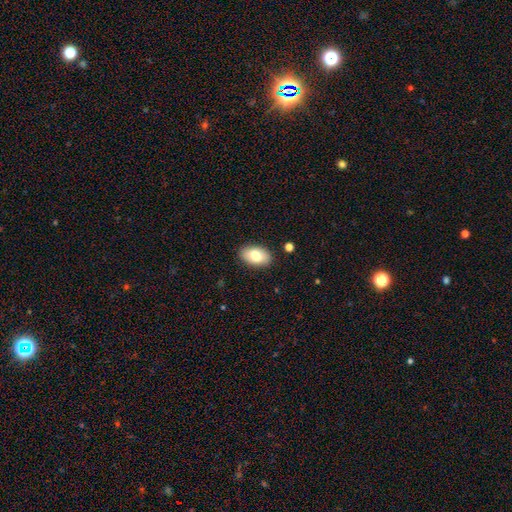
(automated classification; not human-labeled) A smooth galaxy with no disk features (78%) that is in between round and cigar-shaped (92%). Merging: none (88%).